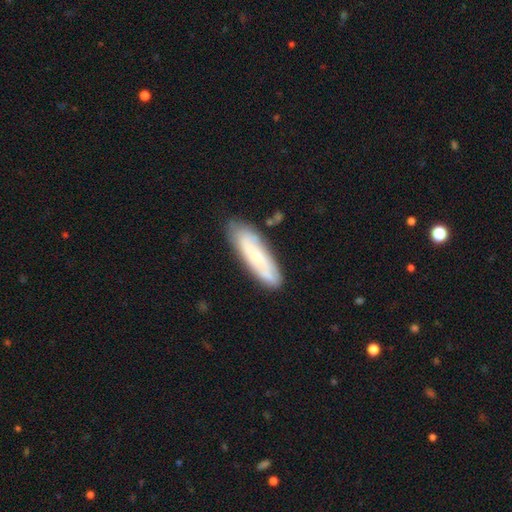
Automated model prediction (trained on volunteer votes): Q: Smooth or featured?
A: smooth (50%); runner-up: featured or disk (44%)
Q: Merging?
A: none (77%); runner-up: minor disturbance (16%)